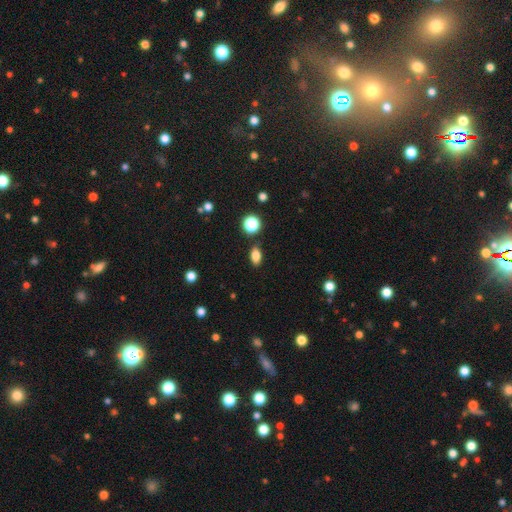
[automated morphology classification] Smooth or featured: smooth — 82% (star or artifact — 12%)
How rounded: in between — 83% (round — 13%)
Merging: none — 86% (minor disturbance — 9%)